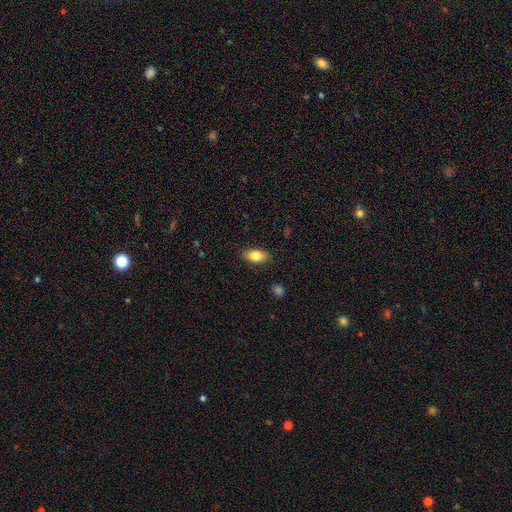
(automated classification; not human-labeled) Smooth or featured? smooth (82%)
How rounded? in between (89%)
Merging? none (86%)